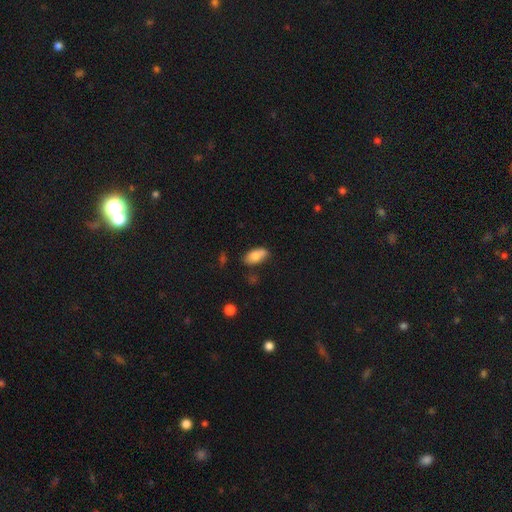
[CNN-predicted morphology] This is likely a smooth galaxy (78%). How rounded: clearly in between (91%). Merging: likely none (64%).